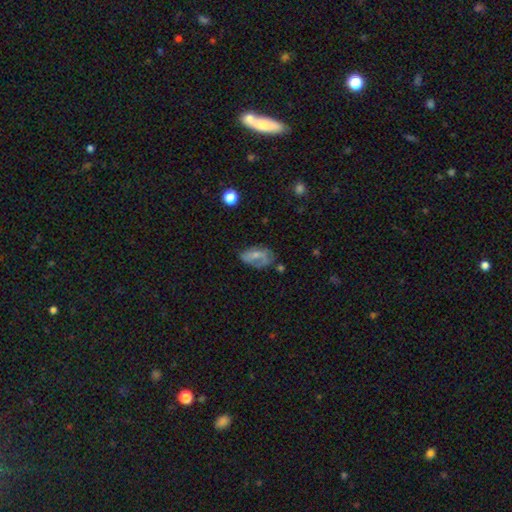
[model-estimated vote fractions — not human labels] Smooth or featured?
  - smooth: 47% *
  - featured or disk: 44%
  - star or artifact: 9%
Merging?
  - none: 47% *
  - minor disturbance: 29%
  - major disturbance: 20%
  - merger: 4%